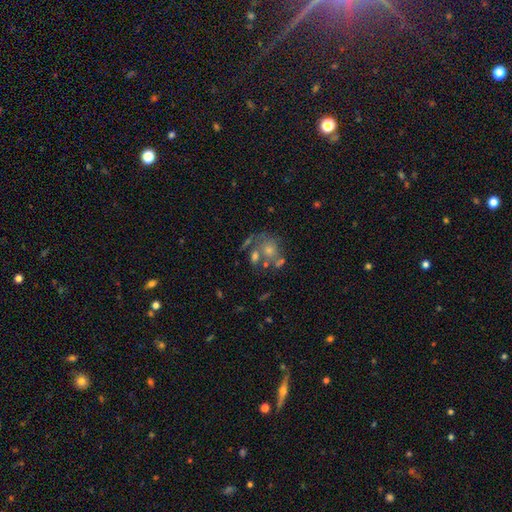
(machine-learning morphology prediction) This appears to be a featured or disk galaxy (49%). Merging: none (38%).